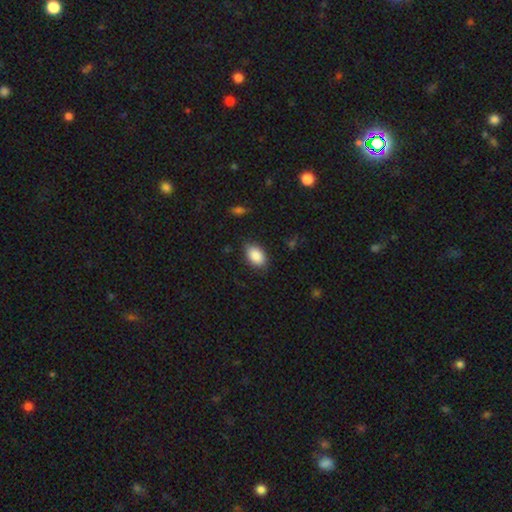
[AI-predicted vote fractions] Overall: smooth (87%). How rounded: in between (89%). Merging: none (81%).